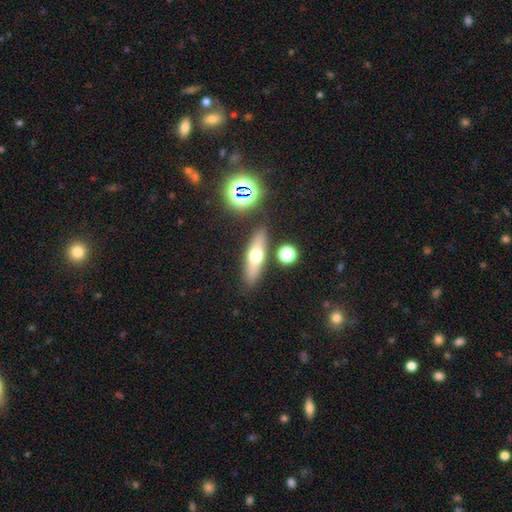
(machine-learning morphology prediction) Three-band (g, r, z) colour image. It shows a smooth galaxy with no disk features (50%). Merging: none (85%).